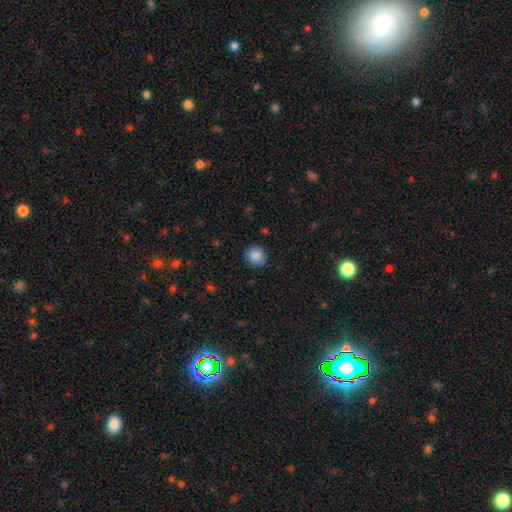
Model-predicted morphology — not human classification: This is clearly a smooth galaxy (87%). How rounded: clearly round (91%). Merging: clearly none (88%).